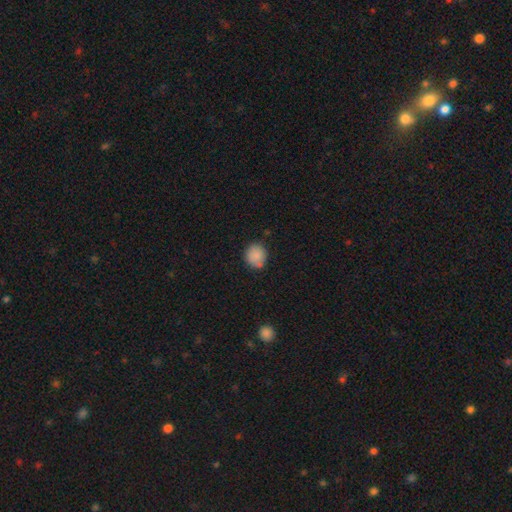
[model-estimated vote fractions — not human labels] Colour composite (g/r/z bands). It shows a smooth galaxy with no disk features (87%) that is round (83%). Merging: none (77%).